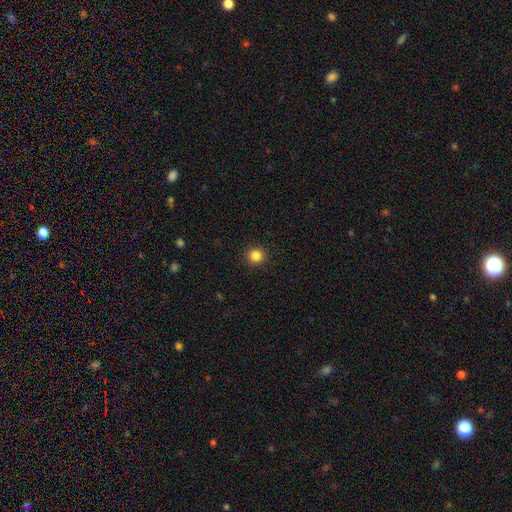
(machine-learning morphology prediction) smooth_or_featured: smooth (p=0.85) [alt: star or artifact p=0.12]
how_rounded: round (p=0.95) [alt: in between p=0.04]
merging: none (p=0.93) [alt: minor disturbance p=0.05]